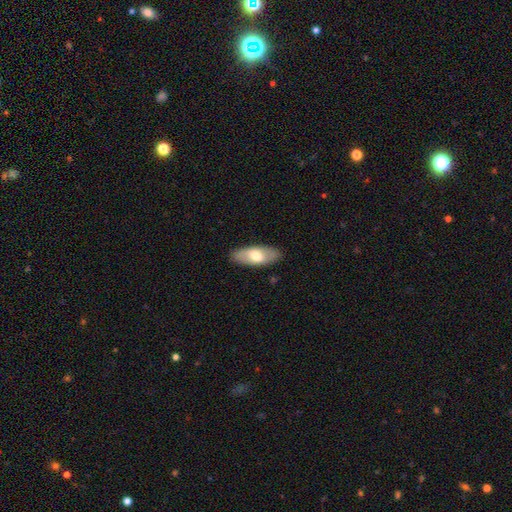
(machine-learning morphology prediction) type=smooth (65%); roundness=in between (84%); merging=none (88%).